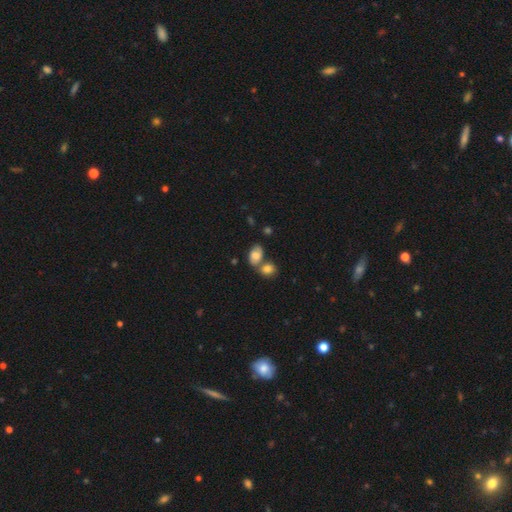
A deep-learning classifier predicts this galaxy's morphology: Smooth or featured? Predicted: smooth (p=0.70). How rounded? Predicted: in between (p=0.81). Merging? Predicted: merger (p=0.41).